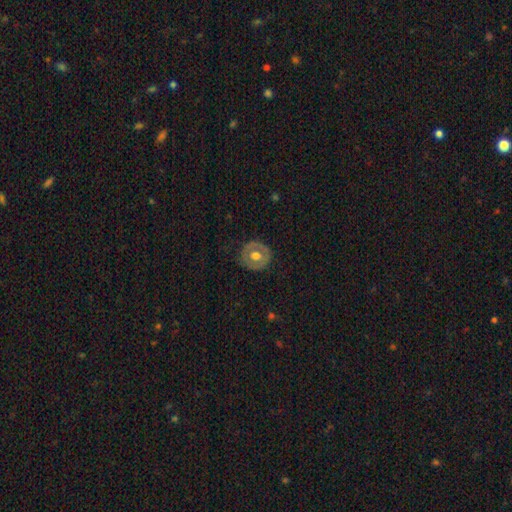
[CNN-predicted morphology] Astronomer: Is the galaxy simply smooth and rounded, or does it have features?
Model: featured or disk — 49% (runner-up: smooth, 45%).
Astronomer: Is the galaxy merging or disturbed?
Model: none — 82%.